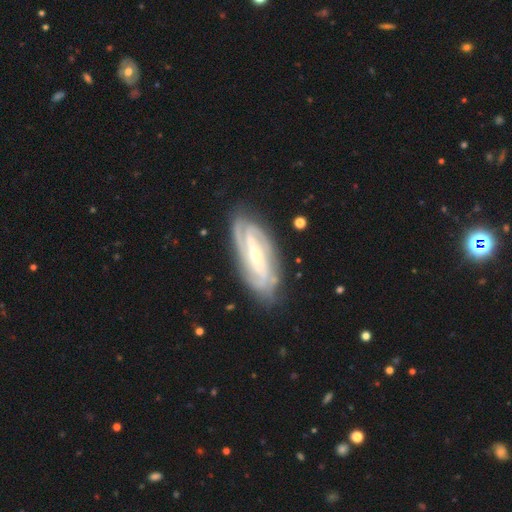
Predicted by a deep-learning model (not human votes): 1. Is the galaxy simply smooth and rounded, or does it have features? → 86% featured or disk, 8% smooth, 5% star or artifact.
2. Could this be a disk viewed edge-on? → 91% no, 9% yes.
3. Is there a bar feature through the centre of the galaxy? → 36% strong, 34% weak, 30% no.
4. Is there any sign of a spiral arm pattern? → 97% yes, 3% no.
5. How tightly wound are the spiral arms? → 60% tight, 32% medium, 8% loose.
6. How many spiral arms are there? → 31% 2, 24% 3, 22% can't tell, 12% 4, 5% more than 4, 5% 1.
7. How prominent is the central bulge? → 68% small, 27% moderate, 2% none, 2% large, 1% dominant.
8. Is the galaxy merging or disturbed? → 78% none, 16% minor disturbance, 4% major disturbance, 2% merger.